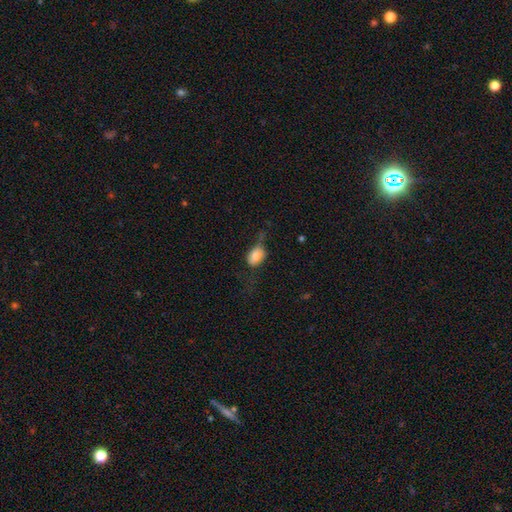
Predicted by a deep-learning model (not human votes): Smooth or featured: smooth — 78% (featured or disk — 13%)
How rounded: in between — 78% (round — 20%)
Merging: none — 38% (minor disturbance — 31%)